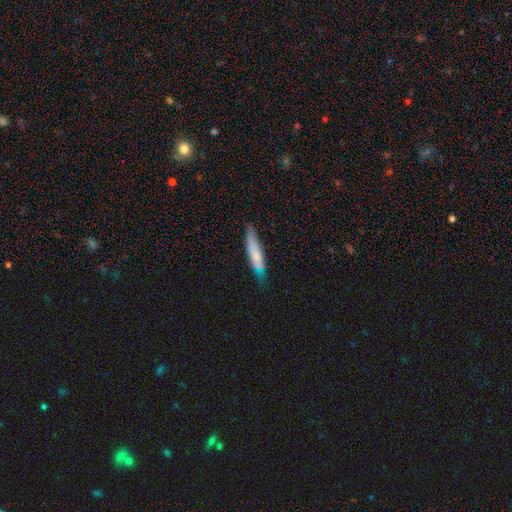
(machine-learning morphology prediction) type=smooth (67%); roundness=cigar-shaped (83%); merging=none (73%).